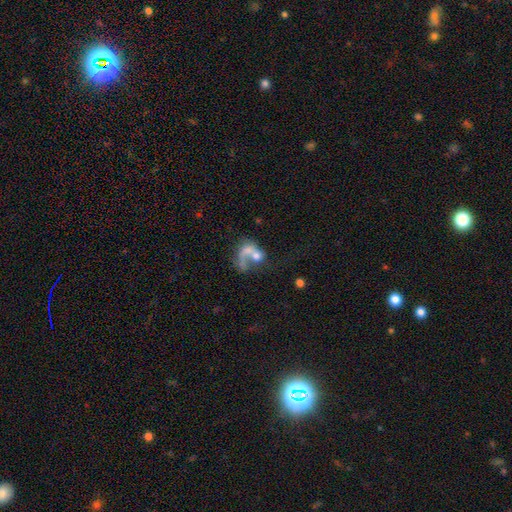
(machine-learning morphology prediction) Overall: featured or disk (45%, tied with smooth). Merging: merger (54%; major disturbance 22%).